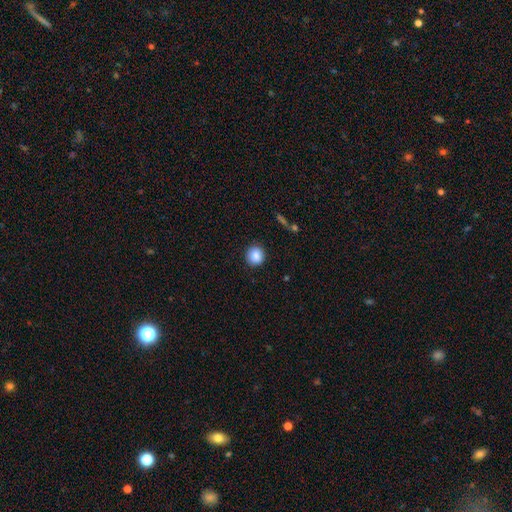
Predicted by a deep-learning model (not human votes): This appears to be a smooth galaxy with no disk features (85%) that is round (89%). Merging: none (90%).